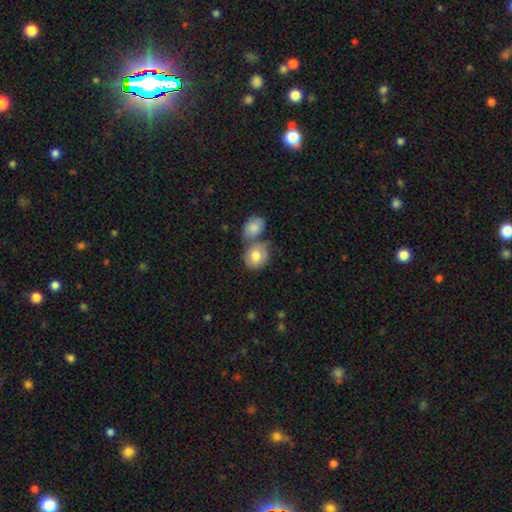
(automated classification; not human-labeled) Smooth or featured? smooth (77%)
How rounded? round (67%)
Merging? merger (51%)